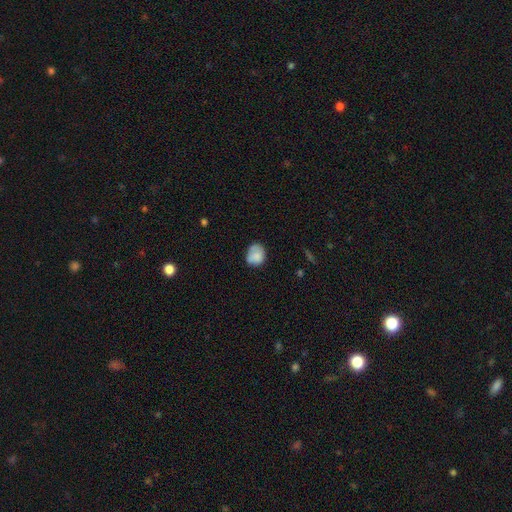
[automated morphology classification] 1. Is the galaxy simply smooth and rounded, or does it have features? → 79% smooth, 12% featured or disk, 9% star or artifact.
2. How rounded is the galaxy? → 56% round, 43% in between, 1% cigar-shaped.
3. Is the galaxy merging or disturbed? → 56% none, 31% minor disturbance, 9% major disturbance, 4% merger.